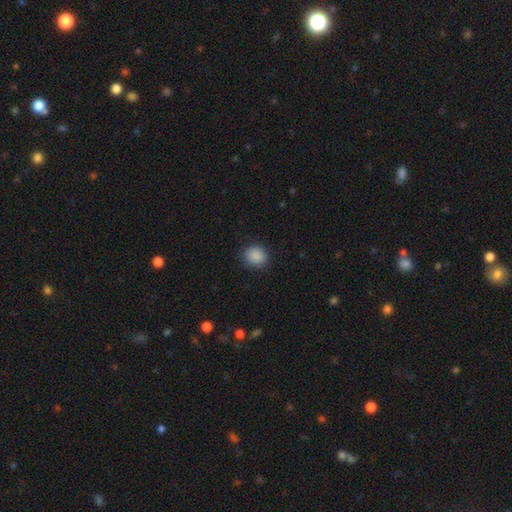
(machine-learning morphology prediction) A smooth galaxy with no disk features (89%) that is round (74%).

Vote fractions:
- Smooth or featured? smooth: 89% / star or artifact: 9% / featured or disk: 3%
- How rounded? round: 74% / in between: 25% / cigar-shaped: 1%
- Merging? none: 87% / minor disturbance: 9% / major disturbance: 3% / merger: 1%